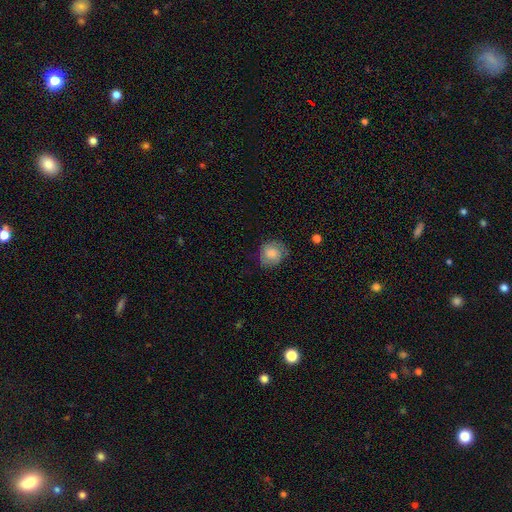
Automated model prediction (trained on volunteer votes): Smooth or featured? Predicted: smooth (p=0.64). How rounded? Predicted: round (p=0.81). Merging? Predicted: none (p=0.74).